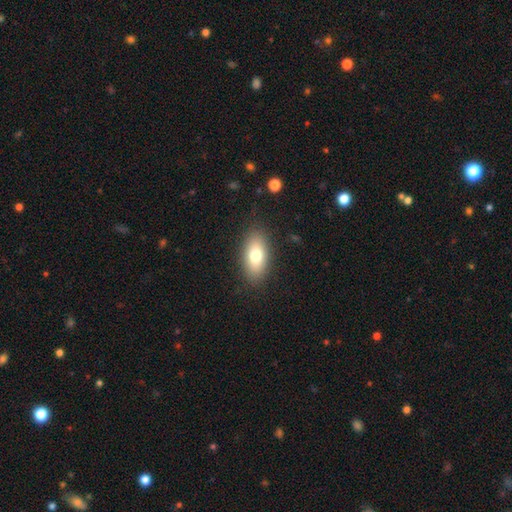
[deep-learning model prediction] Overall: smooth (74%). How rounded: in between (88%). Merging: none (86%).